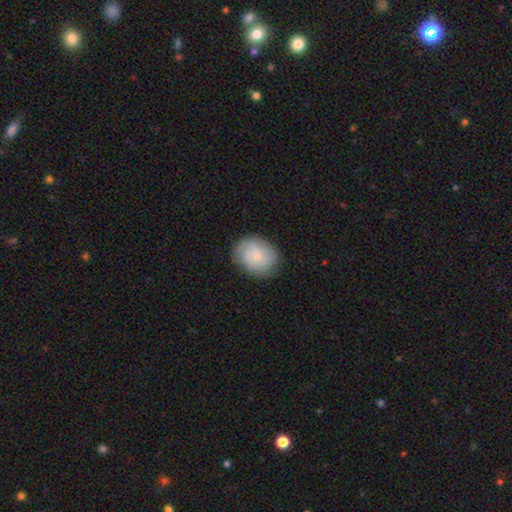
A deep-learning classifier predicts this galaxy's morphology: smooth 47%, featured or disk 46%, star or artifact 7%. Down the decision tree: merging — none (81%).